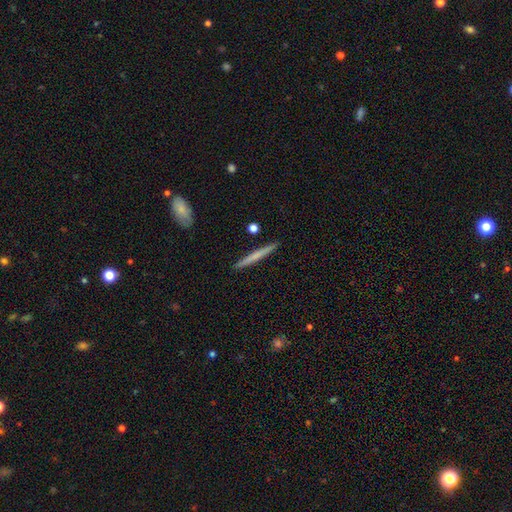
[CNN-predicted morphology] smooth-or-featured: smooth: 54% | featured or disk: 41% | star or artifact: 5%
  how-rounded: cigar-shaped: 96% | in between: 2% | round: 2%
  merging: none: 91% | minor disturbance: 6% | merger: 1% | major disturbance: 1%